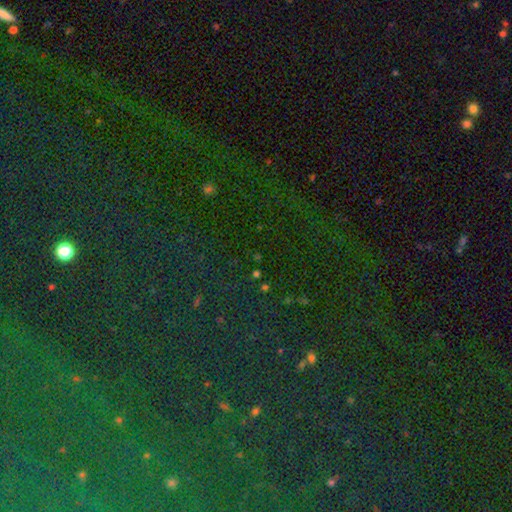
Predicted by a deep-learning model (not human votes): Smooth or featured?
  - star or artifact: 83% *
  - smooth: 10%
  - featured or disk: 7%